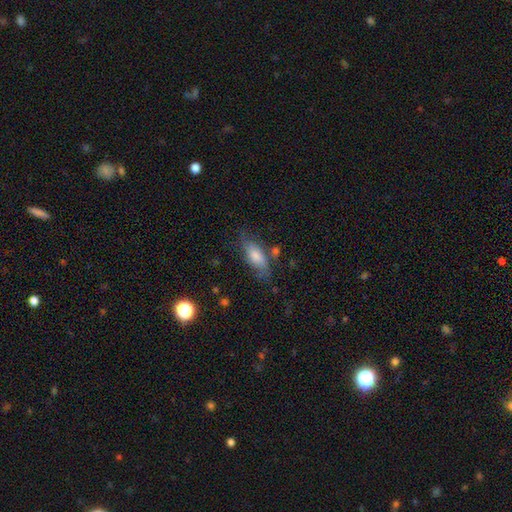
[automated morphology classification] Overall: smooth (59%; featured or disk 30%). How rounded: in between (70%). Merging: none (66%).